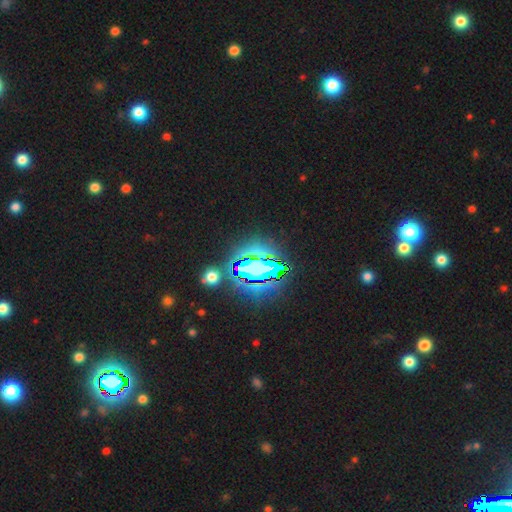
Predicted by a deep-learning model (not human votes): This appears to be a star or artifact, not a galaxy (83%).